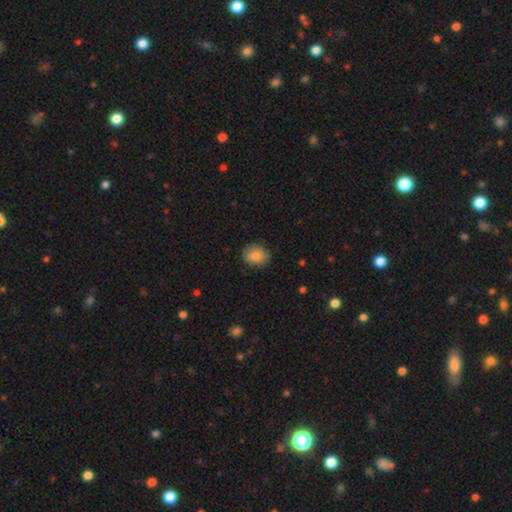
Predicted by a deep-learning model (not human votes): smooth-or-featured: smooth: 87% | star or artifact: 8% | featured or disk: 6%
  how-rounded: round: 60% | in between: 40% | cigar-shaped: 1%
  merging: none: 84% | minor disturbance: 12% | major disturbance: 3% | merger: 1%